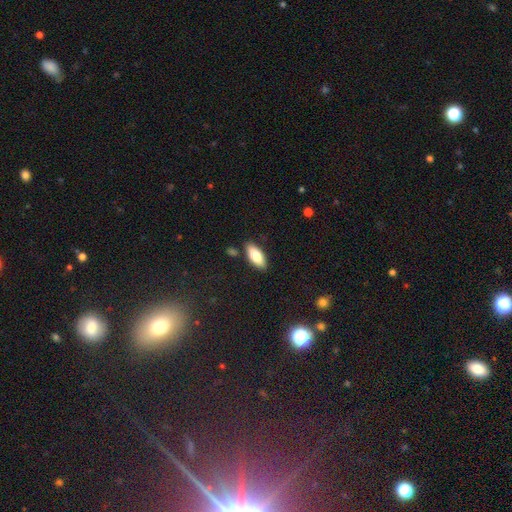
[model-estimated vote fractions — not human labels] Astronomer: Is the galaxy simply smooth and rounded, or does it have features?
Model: smooth — 77%.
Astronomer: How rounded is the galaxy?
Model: in between — 83%.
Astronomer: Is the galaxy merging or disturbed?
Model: none — 86%.